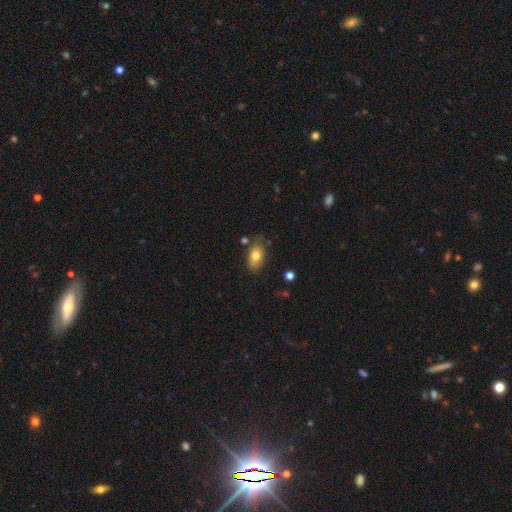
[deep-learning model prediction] A smooth galaxy with no disk features (77%) that is in between round and cigar-shaped (89%). Merging: none (73%).